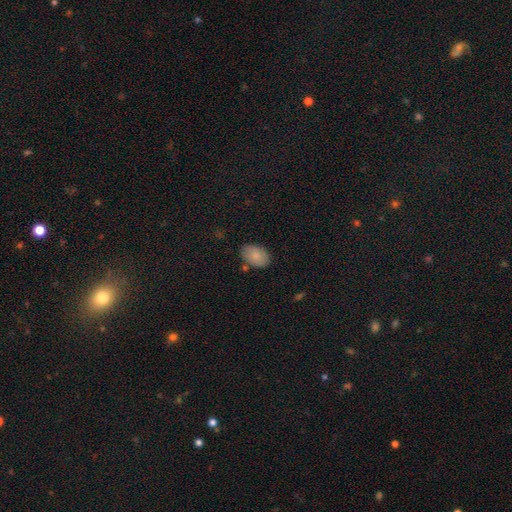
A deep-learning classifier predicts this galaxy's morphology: Smooth or featured? smooth (84%)
How rounded? in between (88%)
Merging? none (78%)